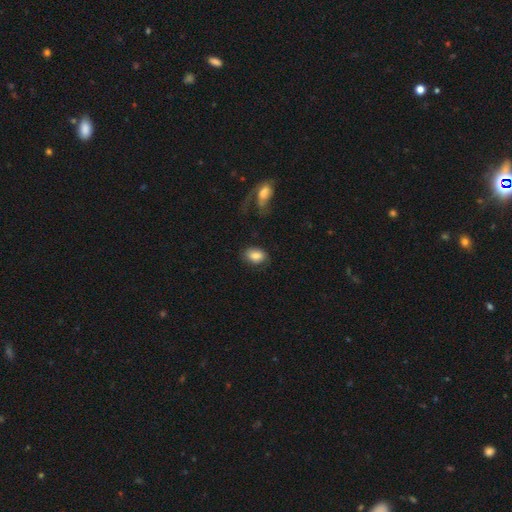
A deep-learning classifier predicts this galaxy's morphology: This is clearly a smooth galaxy (84%). How rounded: clearly in between (82%). Merging: likely none (78%).